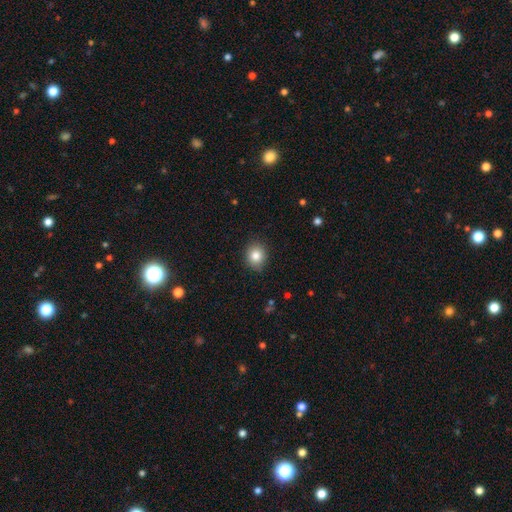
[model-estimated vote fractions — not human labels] Smooth or featured?
  - smooth: 83% *
  - star or artifact: 10%
  - featured or disk: 7%
How rounded?
  - round: 70% *
  - in between: 29%
  - cigar-shaped: 1%
Merging?
  - none: 87% *
  - minor disturbance: 10%
  - major disturbance: 2%
  - merger: 1%